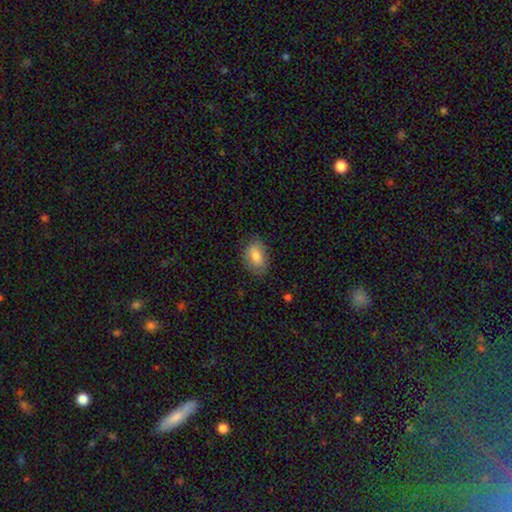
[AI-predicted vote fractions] This is clearly a smooth galaxy (80%). How rounded: clearly in between (87%). Merging: likely none (80%).